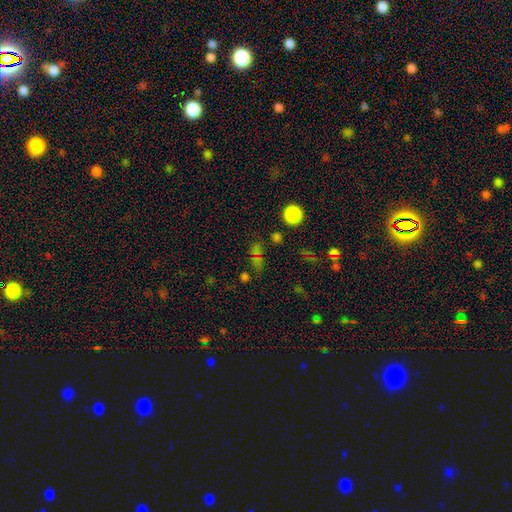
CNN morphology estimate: Smooth or featured? star or artifact (45%)